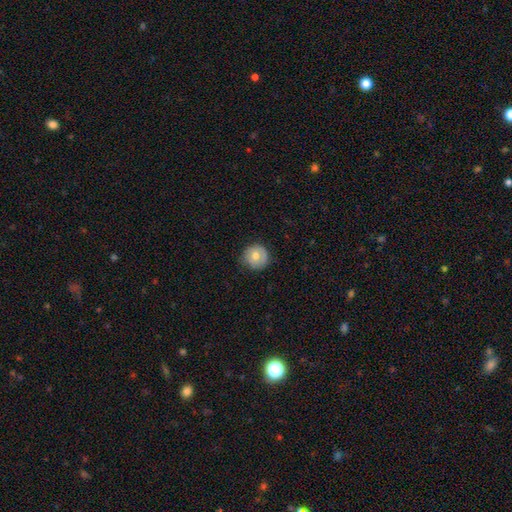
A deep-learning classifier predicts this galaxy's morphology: Smooth or featured: smooth — 66% (featured or disk — 26%)
How rounded: round — 93% (in between — 7%)
Merging: none — 77% (minor disturbance — 19%)